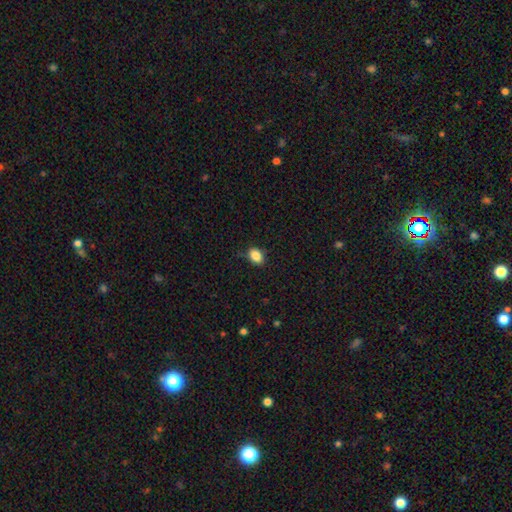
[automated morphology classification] Smooth or featured: smooth — 87% (star or artifact — 9%)
How rounded: in between — 78% (round — 21%)
Merging: none — 82% (minor disturbance — 14%)